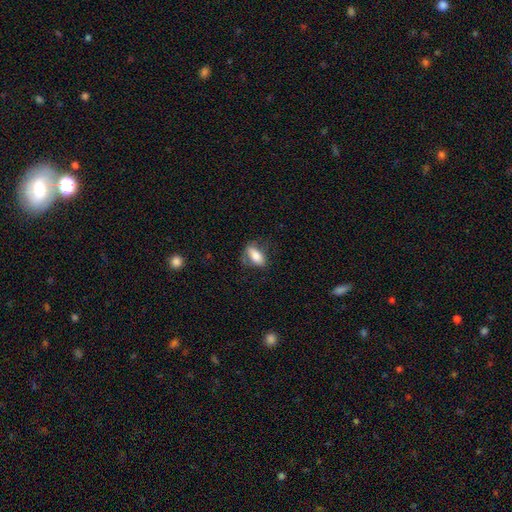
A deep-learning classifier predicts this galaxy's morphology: This is likely a smooth galaxy (78%). How rounded: clearly in between (87%). Merging: possibly none (56%).